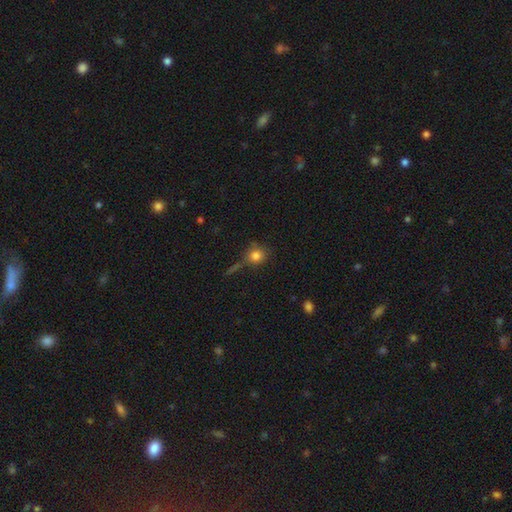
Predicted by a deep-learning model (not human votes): A smooth galaxy with no disk features (80%) that is round (83%). Merging: none (67%).